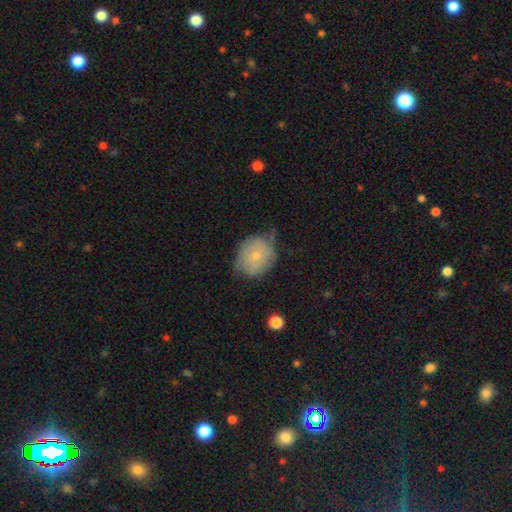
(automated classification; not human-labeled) Morphology: type=smooth (51%); roundness=round (71%); merging=none (47%).